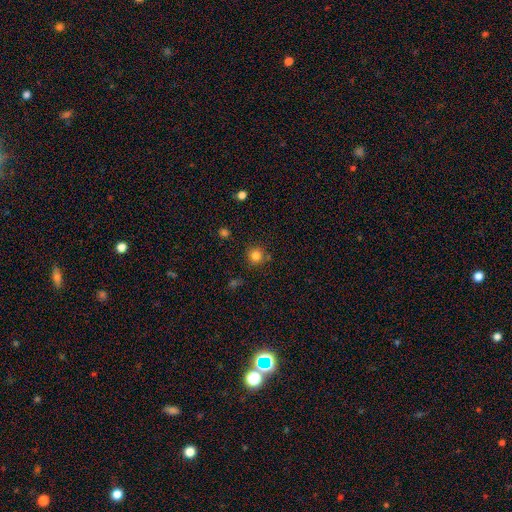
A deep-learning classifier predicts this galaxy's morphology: This is clearly a smooth galaxy (82%). How rounded: clearly round (94%). Merging: clearly none (81%).